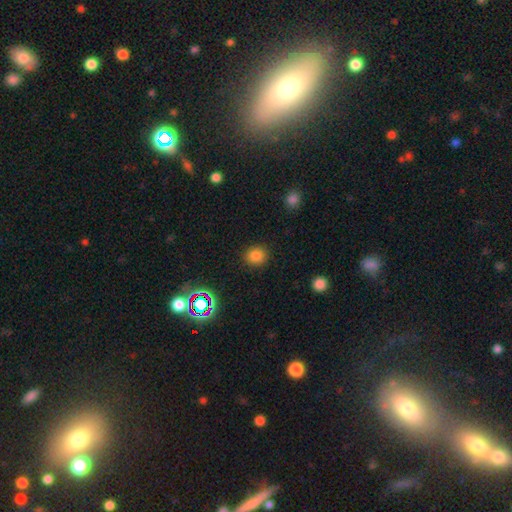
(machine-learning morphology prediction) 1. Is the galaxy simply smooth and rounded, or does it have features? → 80% smooth, 15% star or artifact, 5% featured or disk.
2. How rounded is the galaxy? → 84% round, 15% in between, 1% cigar-shaped.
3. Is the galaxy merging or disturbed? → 89% none, 7% minor disturbance, 3% major disturbance, 1% merger.